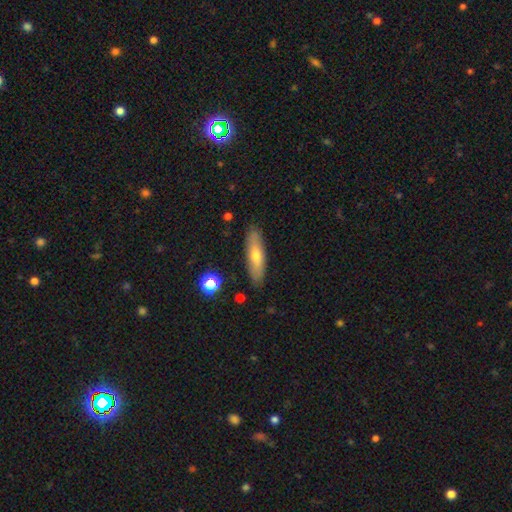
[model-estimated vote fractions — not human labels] Smooth or featured?
  - smooth: 60% *
  - featured or disk: 33%
  - star or artifact: 7%
How rounded?
  - cigar-shaped: 59% *
  - in between: 39%
  - round: 2%
Merging?
  - none: 86% *
  - minor disturbance: 10%
  - major disturbance: 2%
  - merger: 2%